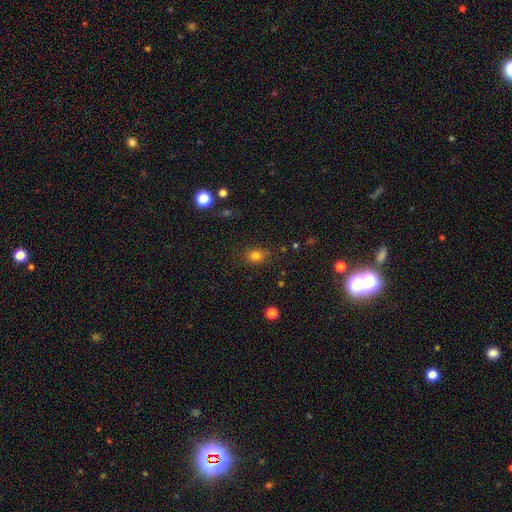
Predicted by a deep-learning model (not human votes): This is likely a smooth galaxy (78%). How rounded: possibly round (49%, tied with in between). Merging: likely none (79%).